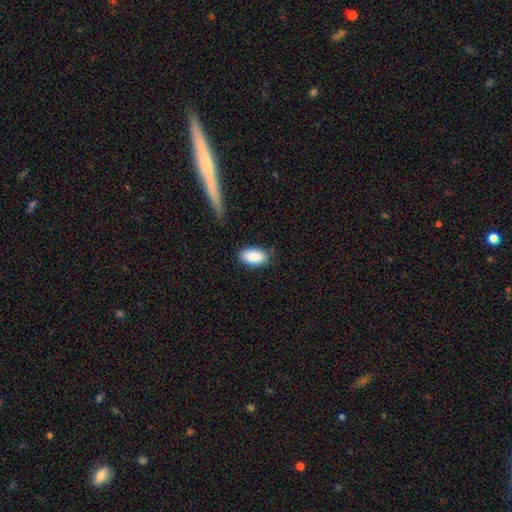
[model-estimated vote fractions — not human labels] Q: Smooth or featured?
A: smooth (89%); runner-up: star or artifact (6%)
Q: How rounded?
A: in between (93%); runner-up: round (5%)
Q: Merging?
A: none (79%); runner-up: minor disturbance (16%)